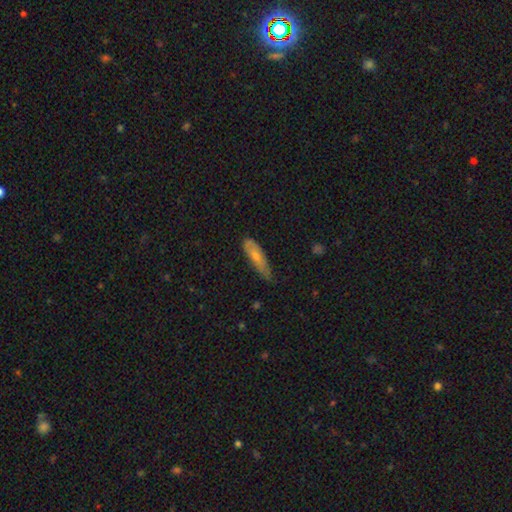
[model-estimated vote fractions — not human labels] Smooth or featured?
  - smooth: 68% *
  - featured or disk: 26%
  - star or artifact: 6%
How rounded?
  - cigar-shaped: 61% *
  - in between: 37%
  - round: 2%
Merging?
  - none: 48% *
  - minor disturbance: 40%
  - major disturbance: 9%
  - merger: 2%